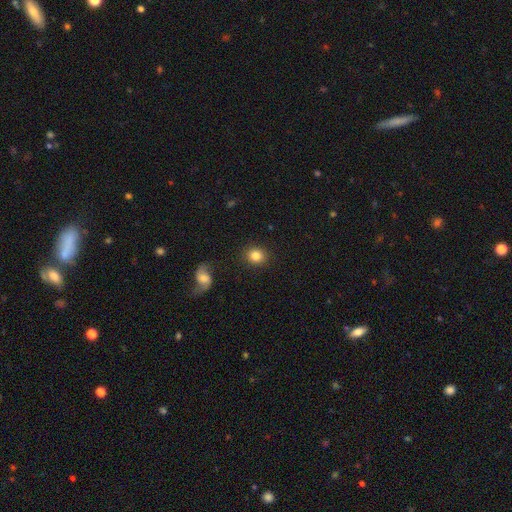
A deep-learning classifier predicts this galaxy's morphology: This appears to be a smooth galaxy with no disk features (84%) that is round (76%). Merging: none (88%).